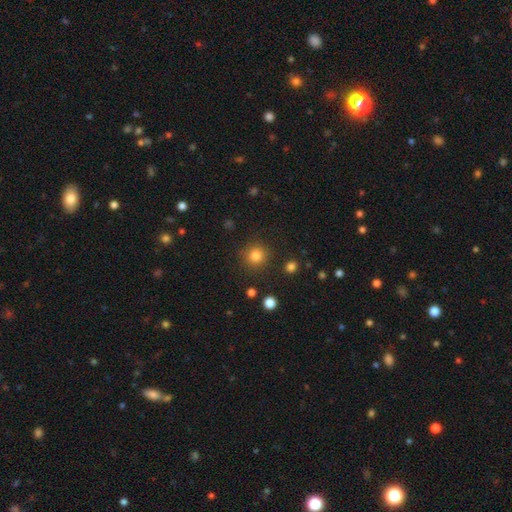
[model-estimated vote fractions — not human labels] Smooth or featured? Predicted: smooth (p=0.83). How rounded? Predicted: round (p=0.94). Merging? Predicted: none (p=0.89).